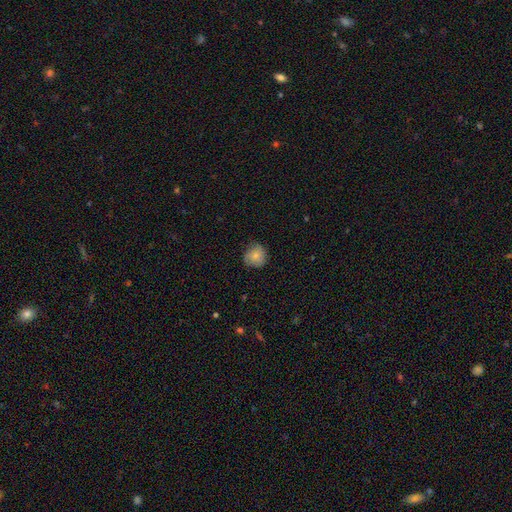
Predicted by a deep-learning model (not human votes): Smooth or featured? Predicted: smooth (p=0.80). How rounded? Predicted: round (p=0.87). Merging? Predicted: none (p=0.72).